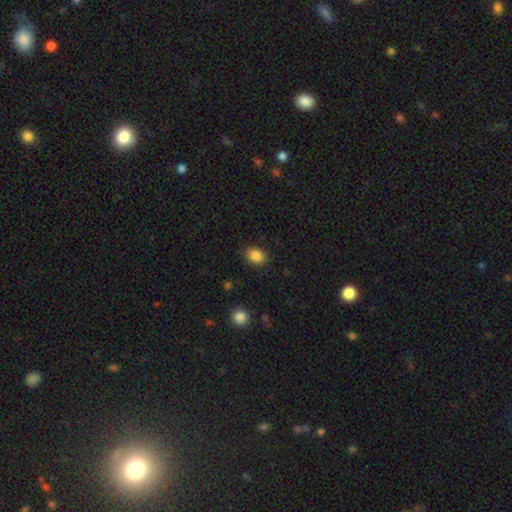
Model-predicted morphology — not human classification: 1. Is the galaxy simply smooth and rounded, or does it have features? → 87% smooth, 9% star or artifact, 4% featured or disk.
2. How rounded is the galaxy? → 64% in between, 35% round, 1% cigar-shaped.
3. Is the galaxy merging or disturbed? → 87% none, 9% minor disturbance, 2% major disturbance, 1% merger.